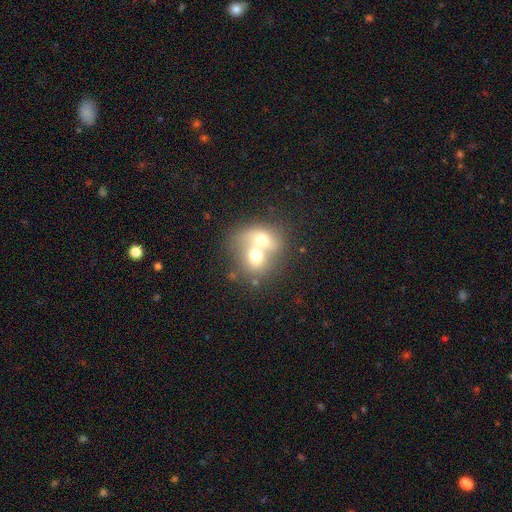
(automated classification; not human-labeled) smooth-or-featured: smooth: 63% | featured or disk: 28% | star or artifact: 10%
  how-rounded: round: 60% | in between: 39% | cigar-shaped: 1%
  merging: merger: 77% | none: 15% | minor disturbance: 5% | major disturbance: 3%